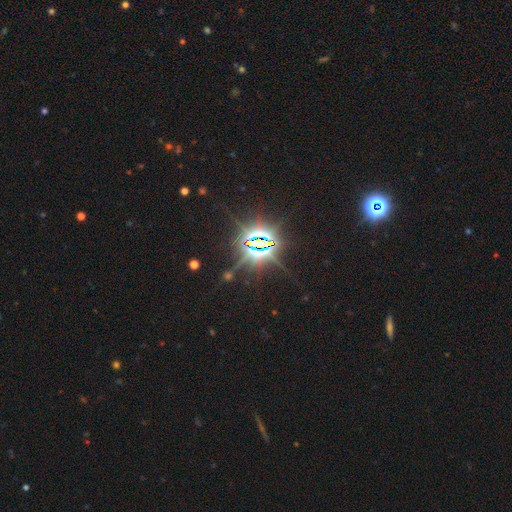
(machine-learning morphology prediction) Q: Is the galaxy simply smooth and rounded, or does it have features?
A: star or artifact — 86%.